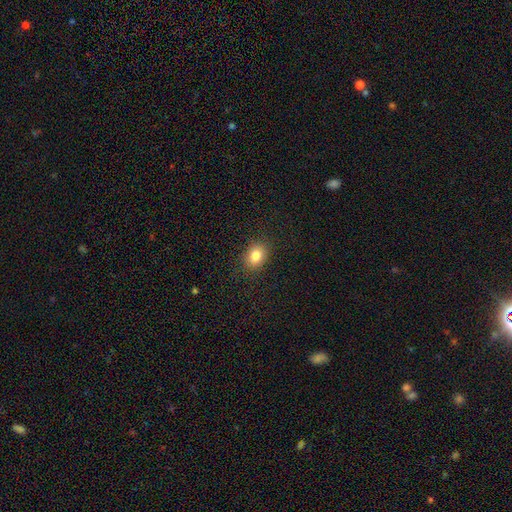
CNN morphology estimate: Smooth or featured? smooth (83%)
How rounded? in between (60%)
Merging? none (88%)